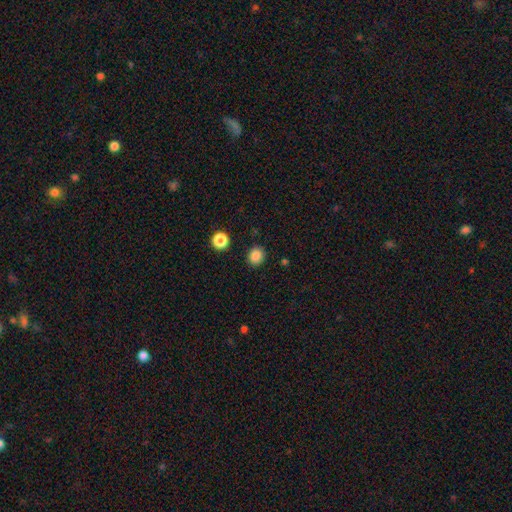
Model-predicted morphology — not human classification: type=smooth (85%); roundness=round (77%); merging=none (88%).